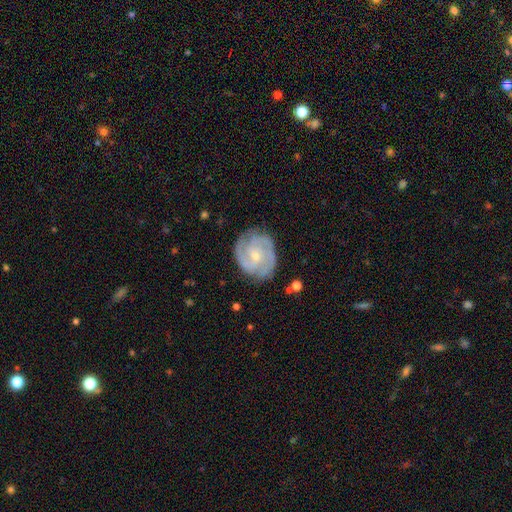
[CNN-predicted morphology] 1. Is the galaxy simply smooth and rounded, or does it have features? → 86% featured or disk, 9% smooth, 5% star or artifact.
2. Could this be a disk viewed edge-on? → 98% no, 2% yes.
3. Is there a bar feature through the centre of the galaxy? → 61% no, 33% weak, 6% strong.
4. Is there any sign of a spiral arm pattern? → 97% yes, 3% no.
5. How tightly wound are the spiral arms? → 53% tight, 40% medium, 7% loose.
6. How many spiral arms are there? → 41% 2, 34% 3, 11% can't tell, 6% 4, 4% 1, 4% more than 4.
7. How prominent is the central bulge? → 72% small, 24% moderate, 2% none, 1% large, 1% dominant.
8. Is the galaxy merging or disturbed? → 80% none, 15% minor disturbance, 4% major disturbance, 1% merger.